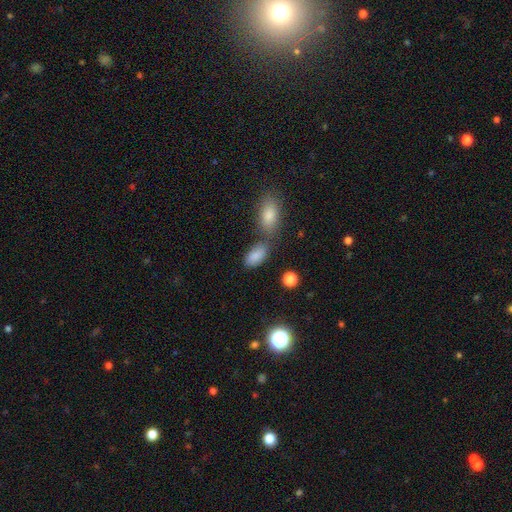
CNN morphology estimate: smooth_or_featured: smooth (p=0.83) [alt: star or artifact p=0.09]
how_rounded: in between (p=0.92) [alt: round p=0.04]
merging: none (p=0.50) [alt: merger p=0.27]